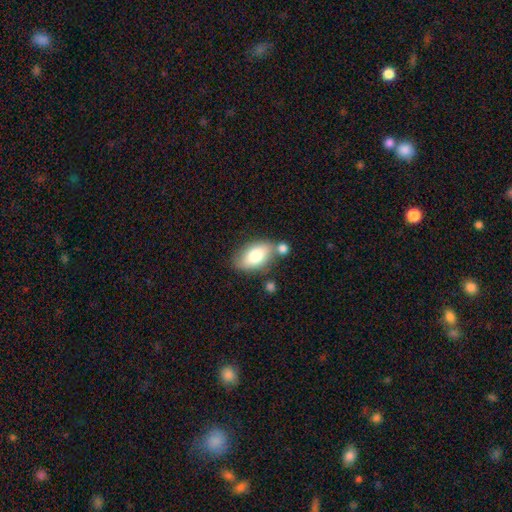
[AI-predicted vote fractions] Smooth or featured? Predicted: smooth (p=0.74). How rounded? Predicted: in between (p=0.91). Merging? Predicted: none (p=0.57).